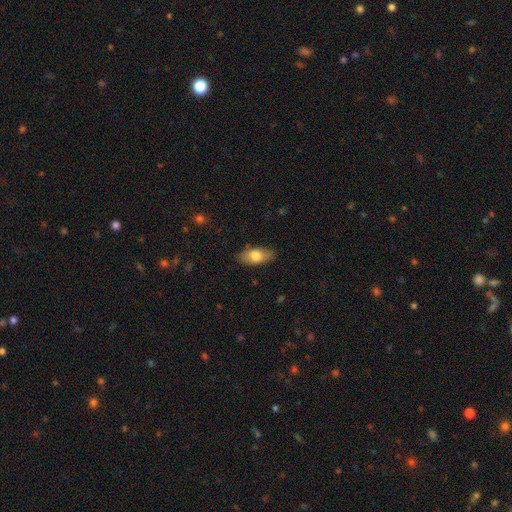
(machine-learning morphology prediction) A smooth galaxy with no disk features (75%) that is in between round and cigar-shaped (88%). Merging: none (84%).